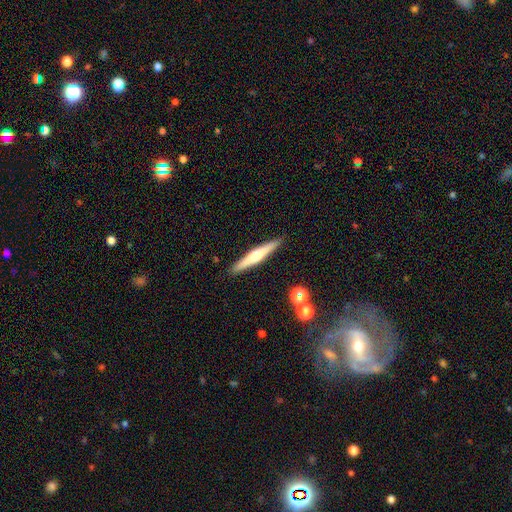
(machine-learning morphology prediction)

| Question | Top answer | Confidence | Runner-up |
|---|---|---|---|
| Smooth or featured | featured or disk | 57% | smooth (37%) |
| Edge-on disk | yes | 97% | no (3%) |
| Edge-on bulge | rounded | 81% | none (12%) |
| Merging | none | 91% | minor disturbance (6%) |